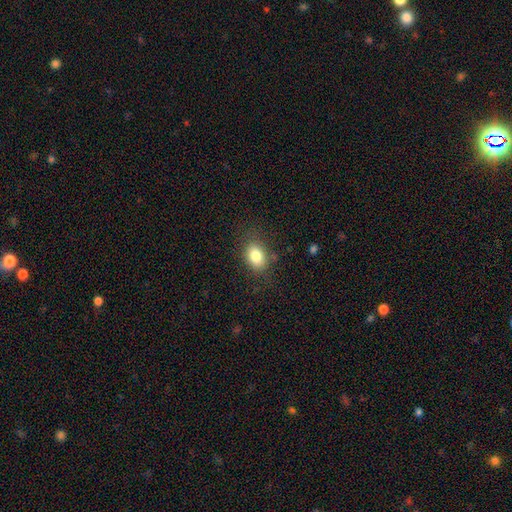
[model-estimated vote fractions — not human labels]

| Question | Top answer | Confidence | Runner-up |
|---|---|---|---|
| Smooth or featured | smooth | 83% | star or artifact (9%) |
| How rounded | in between | 77% | round (22%) |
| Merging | none | 78% | minor disturbance (15%) |